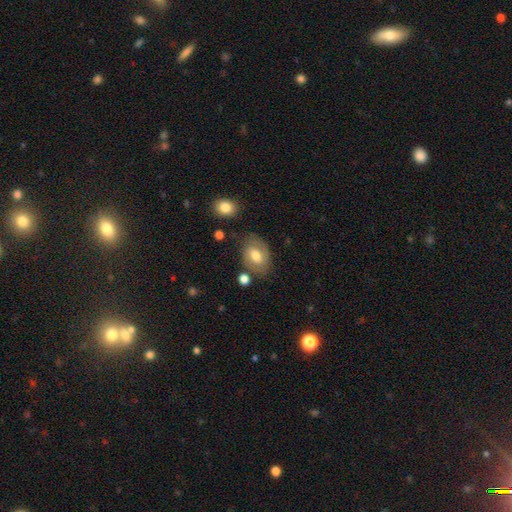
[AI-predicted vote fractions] A smooth galaxy with no disk features (63%) that is in between round and cigar-shaped (75%). Merging: none (68%).